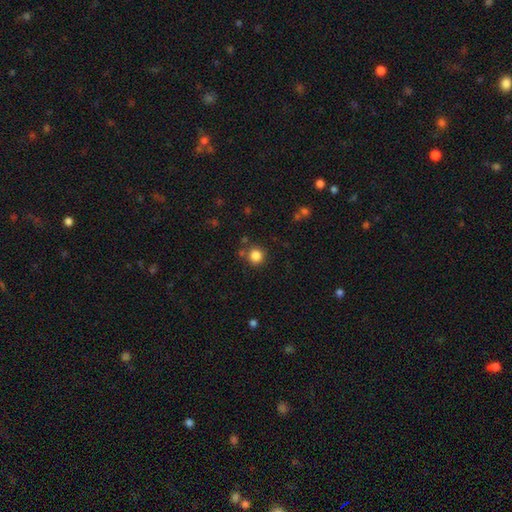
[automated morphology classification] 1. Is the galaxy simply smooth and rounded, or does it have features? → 84% smooth, 12% star or artifact, 4% featured or disk.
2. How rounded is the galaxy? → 92% round, 7% in between, 1% cigar-shaped.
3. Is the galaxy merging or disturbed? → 82% none, 8% minor disturbance, 6% merger, 3% major disturbance.